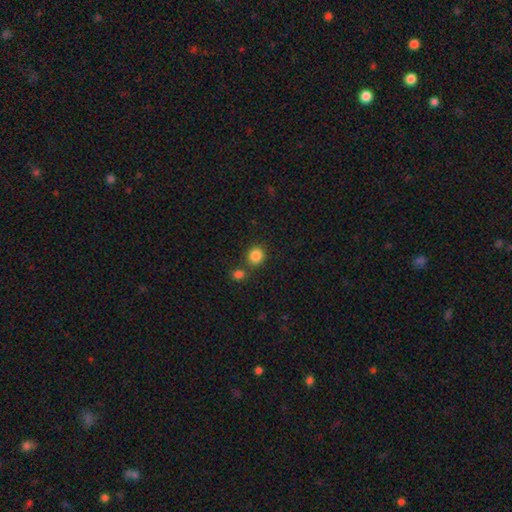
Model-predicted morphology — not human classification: Smooth or featured?
  - smooth: 86% *
  - star or artifact: 10%
  - featured or disk: 4%
How rounded?
  - round: 80% *
  - in between: 19%
  - cigar-shaped: 1%
Merging?
  - none: 71% *
  - merger: 17%
  - minor disturbance: 9%
  - major disturbance: 3%